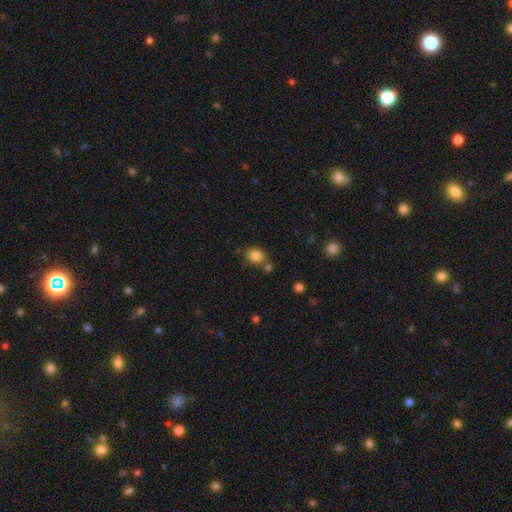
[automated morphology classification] smooth_or_featured: smooth (p=0.83) [alt: star or artifact p=0.11]
how_rounded: round (p=0.65) [alt: in between p=0.34]
merging: none (p=0.69) [alt: merger p=0.16]